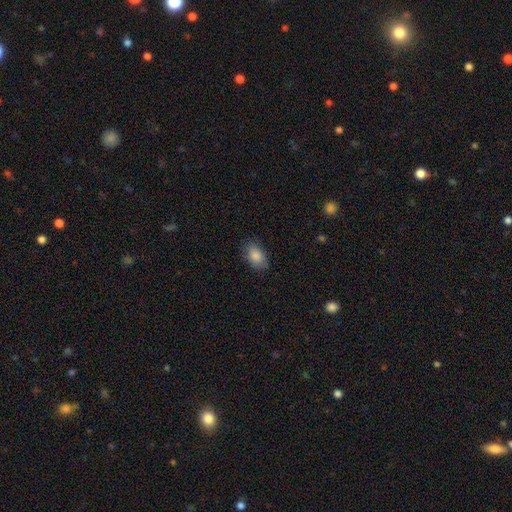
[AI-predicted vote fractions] A smooth galaxy with no disk features (86%) that is in between round and cigar-shaped (91%). Merging: none (80%).